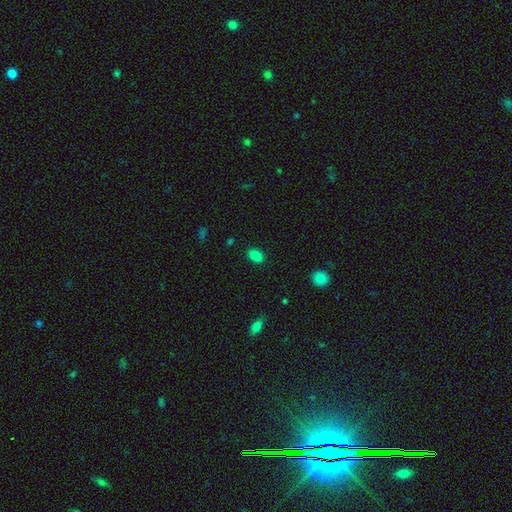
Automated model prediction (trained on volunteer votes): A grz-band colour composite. It shows a smooth galaxy with no disk features (85%) that is in between round and cigar-shaped (85%). Merging: none (86%).